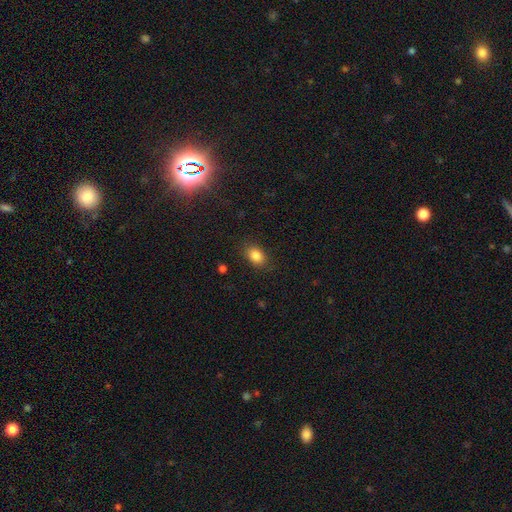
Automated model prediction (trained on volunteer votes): Overall: smooth (85%). How rounded: in between (80%). Merging: none (84%).